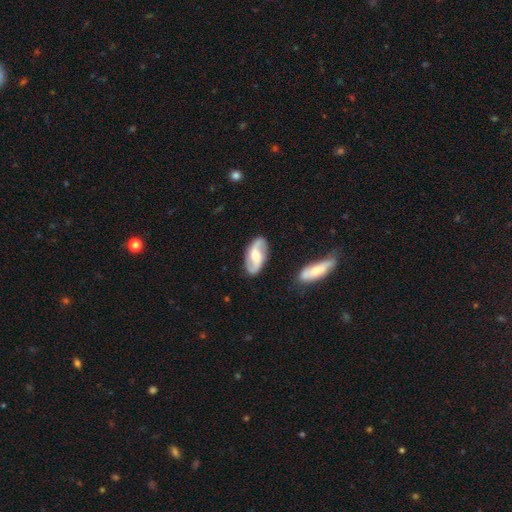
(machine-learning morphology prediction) A featured or disk galaxy (76%) with no bar (43%), 2 (92%) loose (45%) spiral arms (93%) and a moderate central bulge (64%).

Vote fractions:
- Smooth or featured? featured or disk: 76% / smooth: 20% / star or artifact: 5%
- Edge-on disk? no: 94% / yes: 6%
- Bar? no: 43% / weak: 41% / strong: 16%
- Spiral arms? yes: 93% / no: 7%
- Spiral winding? loose: 45% / medium: 39% / tight: 16%
- Spiral arm count? 2: 92% / can't tell: 4% / 1: 1% / 3: 1% / 4: 1% / more than 4: 1%
- Bulge size? moderate: 64% / small: 22% / large: 10% / none: 3% / dominant: 1%
- Merging? none: 83% / minor disturbance: 11% / merger: 3% / major disturbance: 3%